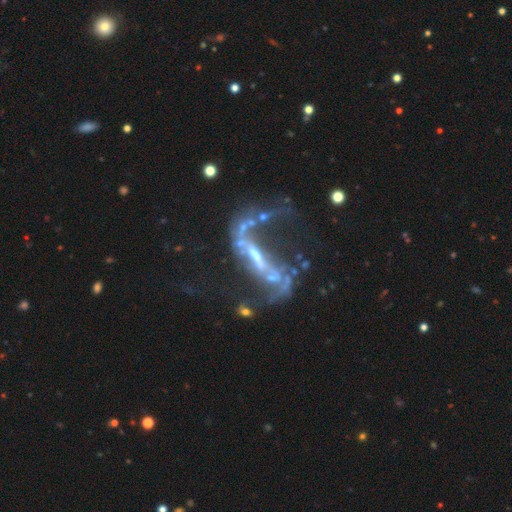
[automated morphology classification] A featured or disk galaxy (80%) with a strong bar (49%), 2 (70%) loose (78%) spiral arms (72%) and a small central bulge (37%).

Vote fractions:
- Smooth or featured? featured or disk: 80% / star or artifact: 11% / smooth: 8%
- Edge-on disk? no: 88% / yes: 12%
- Bar? strong: 49% / weak: 28% / no: 23%
- Spiral arms? yes: 72% / no: 28%
- Spiral winding? loose: 78% / medium: 16% / tight: 6%
- Spiral arm count? 2: 70% / can't tell: 13% / 1: 10% / 3: 3% / 4: 2% / more than 4: 2%
- Bulge size? small: 37% / moderate: 31% / none: 26% / large: 4% / dominant: 2%
- Merging? major disturbance: 38% / none: 26% / merger: 23% / minor disturbance: 13%